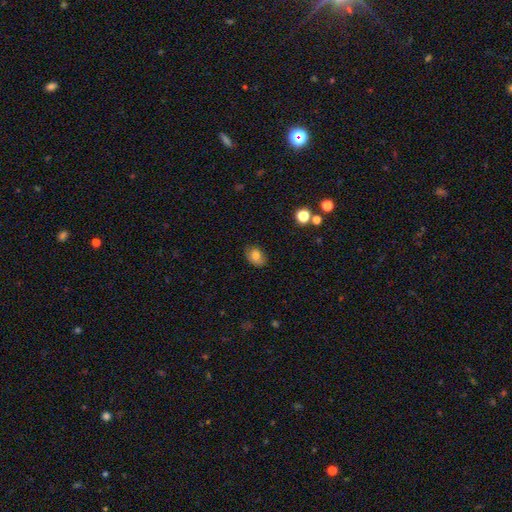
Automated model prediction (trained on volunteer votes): Morphology: type=smooth (80%); roundness=in between (72%); merging=none (78%).